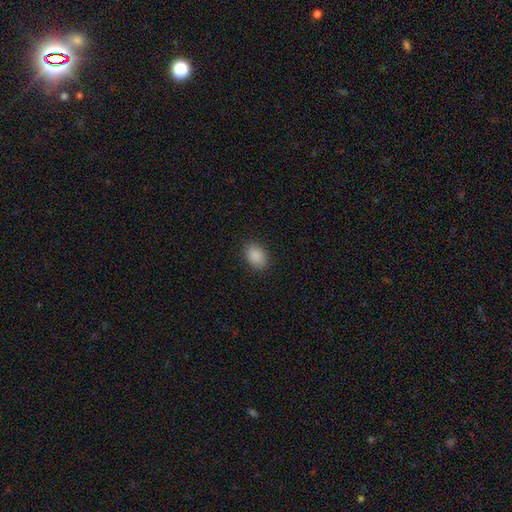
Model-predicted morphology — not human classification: Smooth or featured: smooth — 89% (star or artifact — 8%)
How rounded: in between — 77% (round — 22%)
Merging: none — 87% (minor disturbance — 9%)